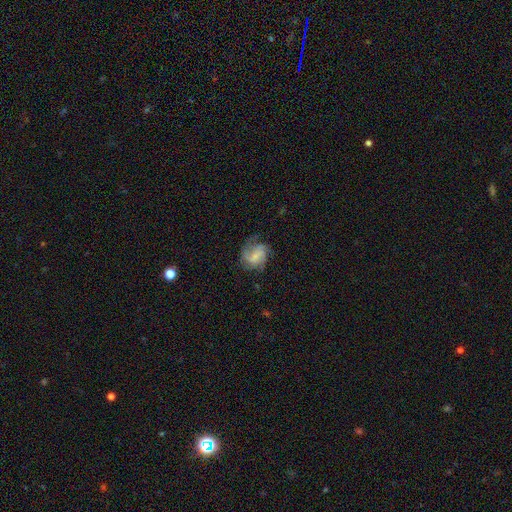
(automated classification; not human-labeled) smooth_or_featured: featured or disk (p=0.71) [alt: smooth p=0.21]
disk_edge_on: no (p=0.98) [alt: yes p=0.02]
bar: weak (p=0.46) [alt: no p=0.41]
has_spiral_arms: yes (p=0.92) [alt: no p=0.08]
spiral_winding: medium (p=0.47) [alt: loose p=0.27]
spiral_arm_count: 3 (p=0.35) [alt: 2 p=0.28]
bulge_size: small (p=0.50) [alt: none p=0.23]
merging: none (p=0.60) [alt: minor disturbance p=0.21]